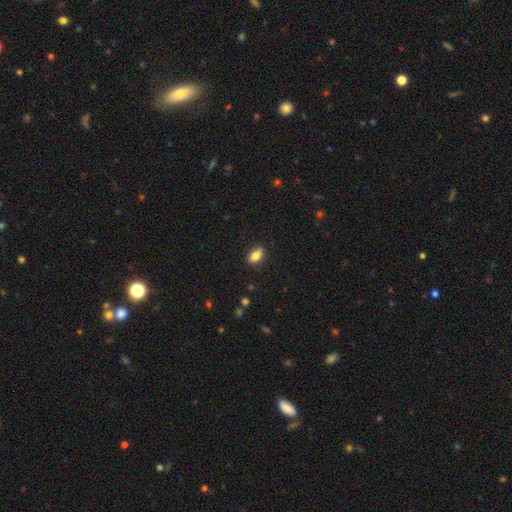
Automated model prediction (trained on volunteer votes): The model was most divided on "smooth or featured": smooth: 82%, featured or disk: 10%, star or artifact: 8%. More confident: merging — none (86%); how rounded — in between (86%).